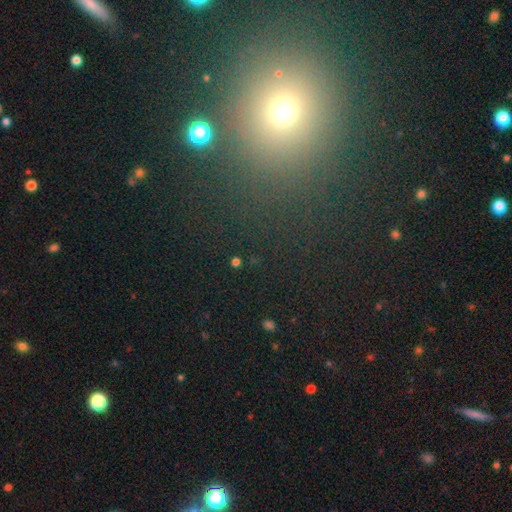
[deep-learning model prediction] The model was most divided on "smooth or featured" (2-way tie): star or artifact: 46%, smooth: 46%, featured or disk: 8%.